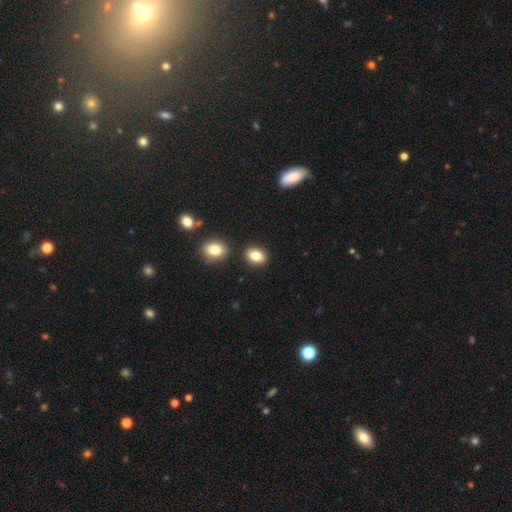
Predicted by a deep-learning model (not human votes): This appears to be a smooth galaxy with no disk features (83%) that is in between round and cigar-shaped (68%). Merging: none (84%).